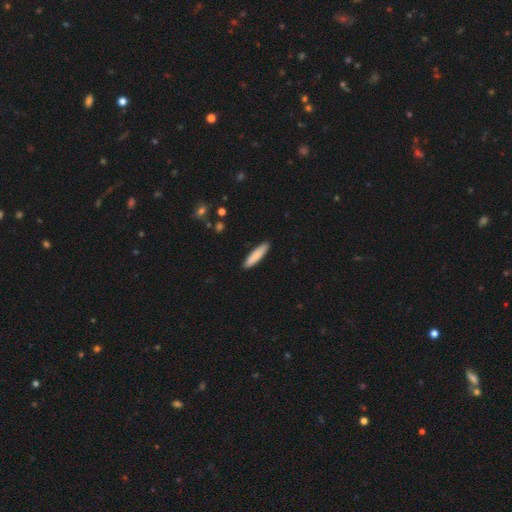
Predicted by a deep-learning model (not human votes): This is clearly a smooth galaxy (84%). How rounded: clearly cigar-shaped (82%). Merging: clearly none (90%).